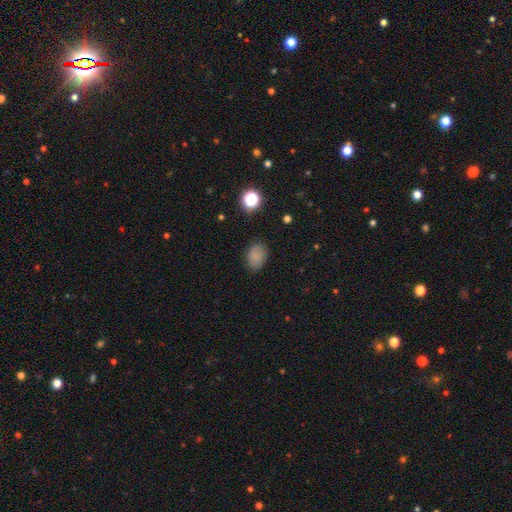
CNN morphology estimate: smooth 81%, star or artifact 12%, featured or disk 7%. Down the decision tree: how rounded — in between (78%); merging — none (81%).